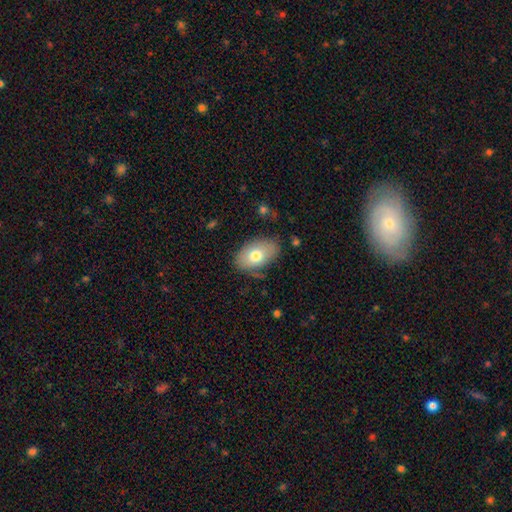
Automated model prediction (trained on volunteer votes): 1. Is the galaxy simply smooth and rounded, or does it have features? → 74% smooth, 19% featured or disk, 7% star or artifact.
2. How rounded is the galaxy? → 92% in between, 7% round, 1% cigar-shaped.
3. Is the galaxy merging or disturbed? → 75% none, 18% minor disturbance, 5% major disturbance, 2% merger.